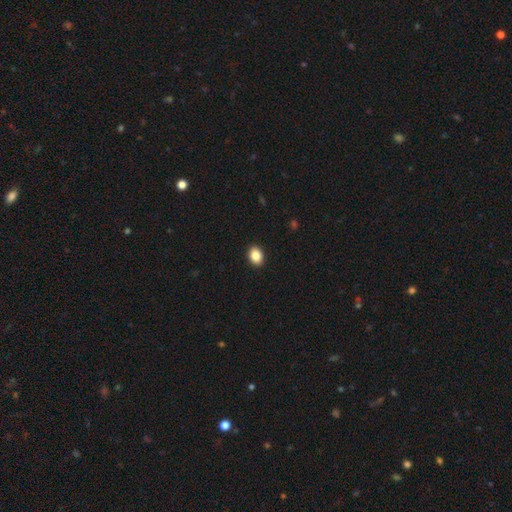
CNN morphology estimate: type=smooth (87%); roundness=in between (73%); merging=none (92%).